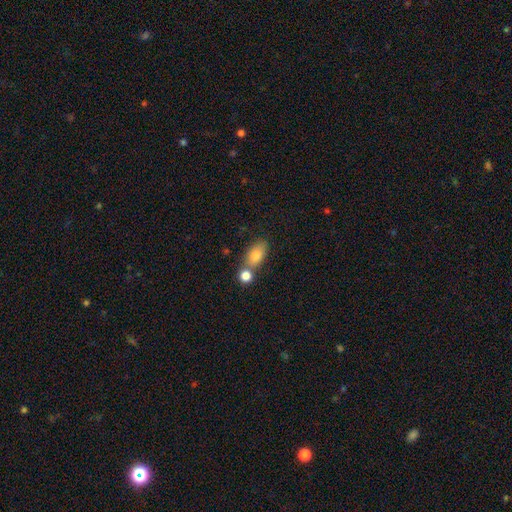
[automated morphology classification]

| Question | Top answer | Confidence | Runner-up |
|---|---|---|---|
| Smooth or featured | smooth | 81% | featured or disk (11%) |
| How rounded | in between | 82% | round (12%) |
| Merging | none | 52% | merger (31%) |